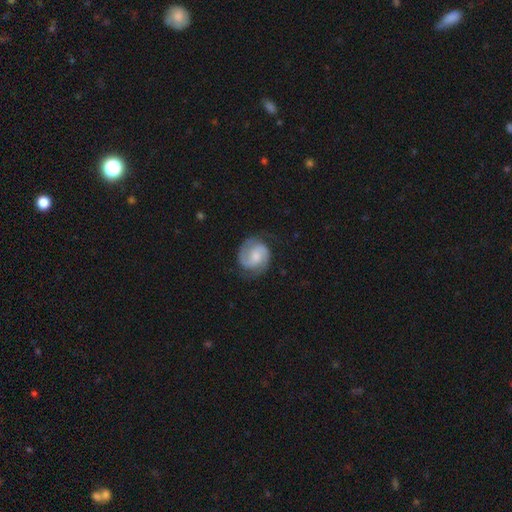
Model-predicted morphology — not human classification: Smooth or featured?
  - featured or disk: 78% *
  - smooth: 16%
  - star or artifact: 5%
Edge-on disk?
  - no: 98% *
  - yes: 2%
Bar?
  - no: 46% *
  - weak: 44%
  - strong: 10%
Spiral arms?
  - yes: 96% *
  - no: 4%
Spiral winding?
  - medium: 51% *
  - tight: 34%
  - loose: 15%
Spiral arm count?
  - 2: 90% *
  - can't tell: 4%
  - 1: 2%
  - 3: 1%
  - 4: 1%
  - more than 4: 1%
Bulge size?
  - moderate: 43% *
  - small: 38%
  - none: 11%
  - large: 6%
  - dominant: 1%
Merging?
  - none: 77% *
  - minor disturbance: 16%
  - major disturbance: 6%
  - merger: 1%